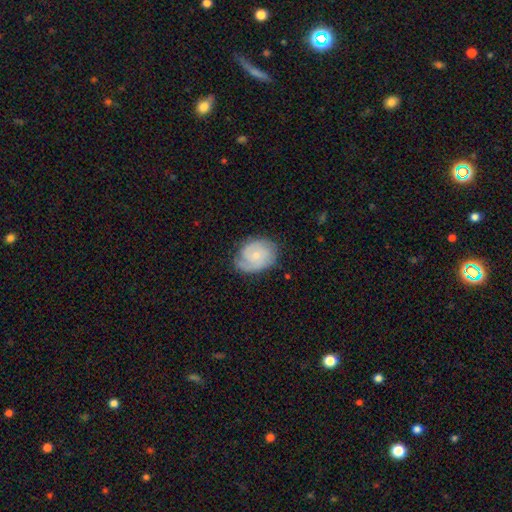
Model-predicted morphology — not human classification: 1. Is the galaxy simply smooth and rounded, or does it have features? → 71% featured or disk, 23% smooth, 6% star or artifact.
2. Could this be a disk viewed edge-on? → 98% no, 2% yes.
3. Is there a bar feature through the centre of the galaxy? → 70% no, 27% weak, 3% strong.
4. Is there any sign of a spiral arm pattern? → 94% yes, 6% no.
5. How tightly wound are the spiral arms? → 57% tight, 34% medium, 9% loose.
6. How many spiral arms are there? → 41% 2, 23% can't tell, 20% 3, 8% 1, 4% 4, 3% more than 4.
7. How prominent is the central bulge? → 68% small, 24% moderate, 5% none, 2% large, 1% dominant.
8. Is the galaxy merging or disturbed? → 72% none, 20% minor disturbance, 7% major disturbance, 1% merger.